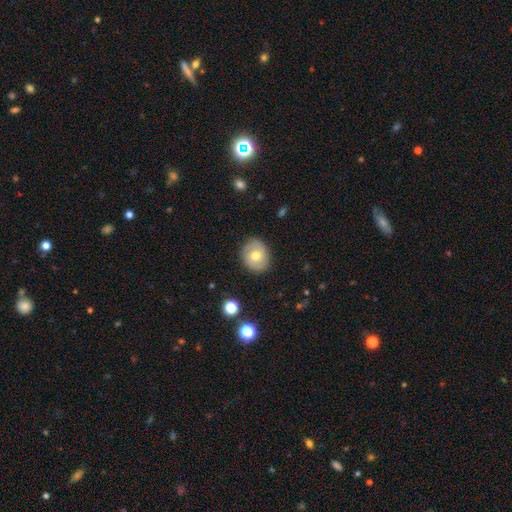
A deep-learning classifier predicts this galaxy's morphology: The model was most divided on "smooth or featured": smooth: 57%, featured or disk: 34%, star or artifact: 9%. More confident: merging — none (84%); how rounded — round (67%).